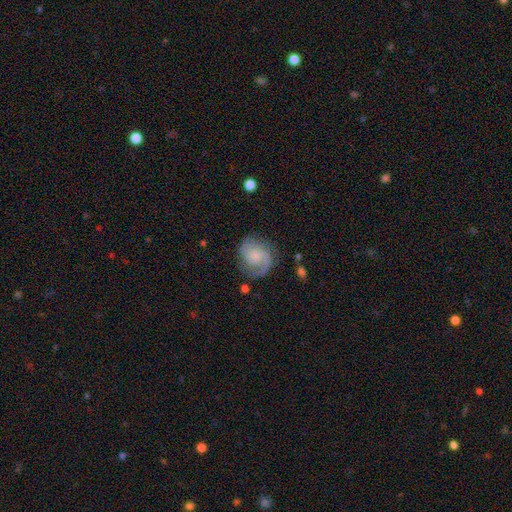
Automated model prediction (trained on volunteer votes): The model was most divided on "bulge size": small: 36%, none: 28%, moderate: 26%, large: 8%, dominant: 2%. Remaining: edge-on disk — no (98%); spiral arms — yes (93%); smooth or featured — featured or disk (70%); merging — none (67%); bar — no (64%); spiral arm count — 2 (64%); spiral winding — medium (46%).